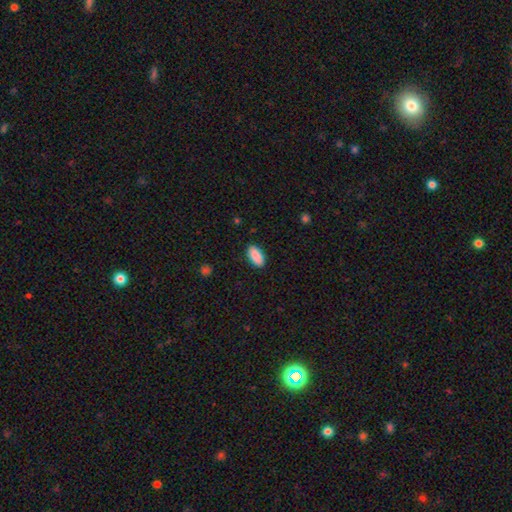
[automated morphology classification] A smooth galaxy with no disk features (90%) that is in between round and cigar-shaped (92%). Merging: none (88%).